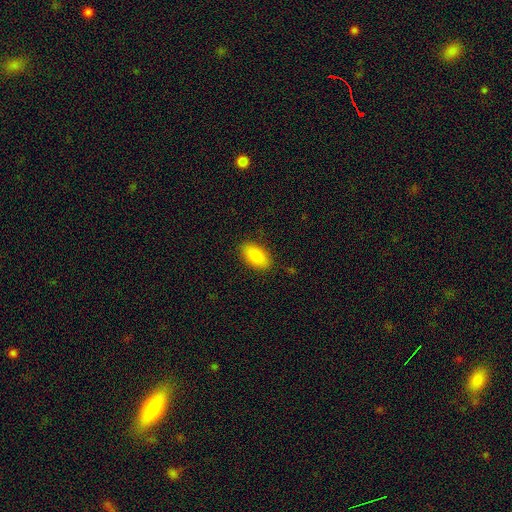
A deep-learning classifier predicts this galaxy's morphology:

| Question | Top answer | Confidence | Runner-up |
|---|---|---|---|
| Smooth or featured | smooth | 84% | featured or disk (9%) |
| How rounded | in between | 93% | round (5%) |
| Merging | none | 86% | minor disturbance (10%) |